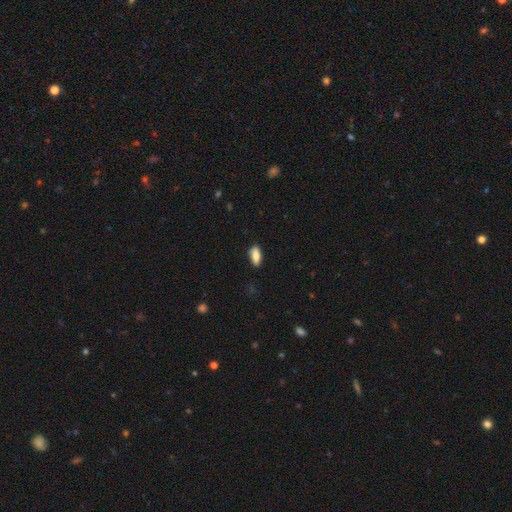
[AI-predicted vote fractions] This appears to be a smooth galaxy with no disk features (79%) that is in between round and cigar-shaped (81%). Merging: none (83%).